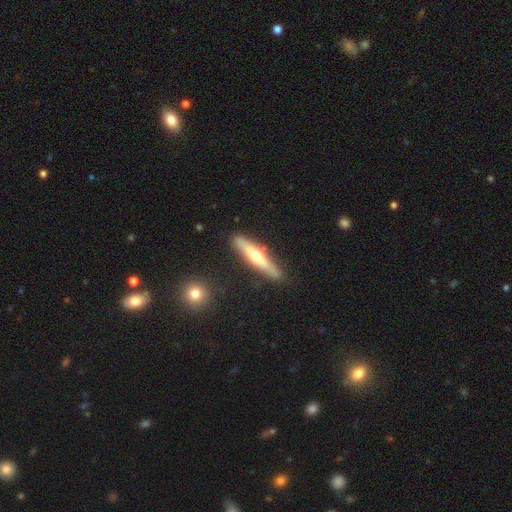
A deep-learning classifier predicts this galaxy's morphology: Overall: featured or disk (56%; smooth 38%). Edge-on disk: yes (91%). Edge-on bulge: rounded (86%). Merging: none (85%).